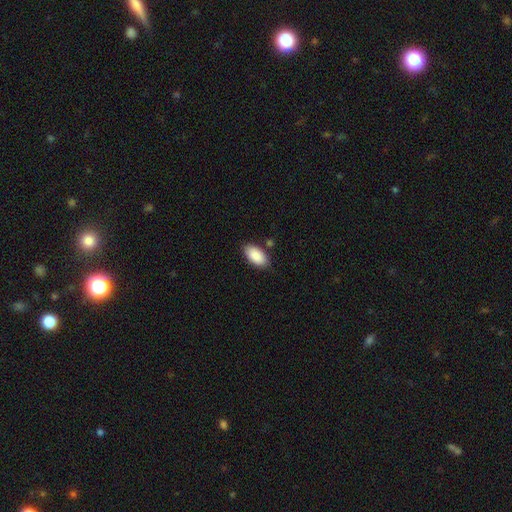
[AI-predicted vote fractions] A smooth galaxy with no disk features (89%) that is in between round and cigar-shaped (95%).

Vote fractions:
- Smooth or featured? smooth: 89% / star or artifact: 6% / featured or disk: 5%
- How rounded? in between: 95% / round: 3% / cigar-shaped: 2%
- Merging? none: 82% / minor disturbance: 12% / merger: 4% / major disturbance: 3%